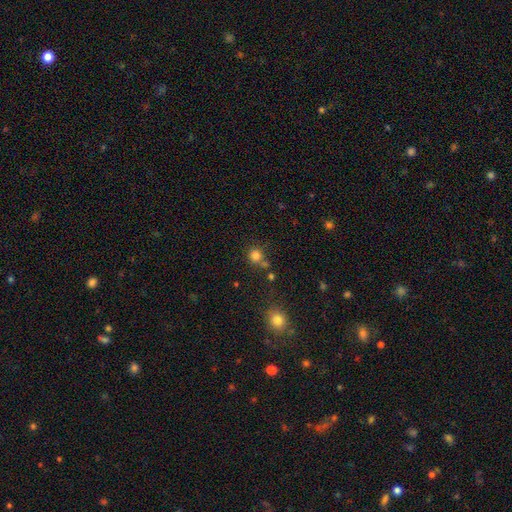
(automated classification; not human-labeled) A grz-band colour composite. It shows a smooth galaxy with no disk features (80%) that is round (90%). Merging: none (67%).